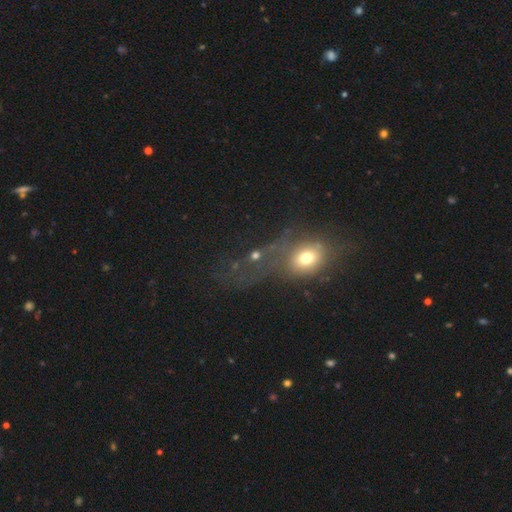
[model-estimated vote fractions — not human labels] This appears to be a smooth galaxy with no disk features (48%). Merging: major disturbance (35%).